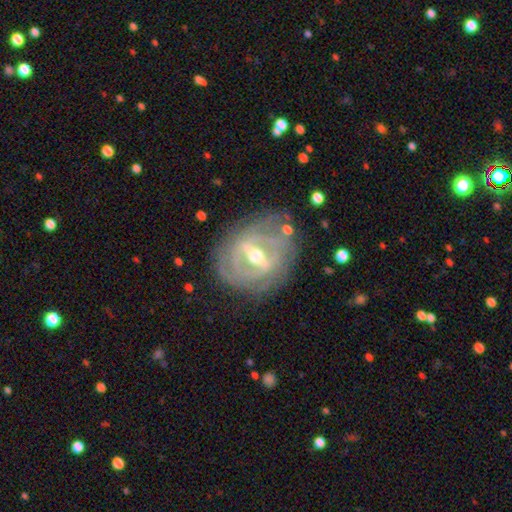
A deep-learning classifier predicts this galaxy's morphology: type=featured or disk (88%); edge-on=no (90%); bar=strong (71%); spiral arms=yes (77%); winding=tight (70%); arm count=can't tell (43%); bulge=moderate (72%); merging=none (77%).